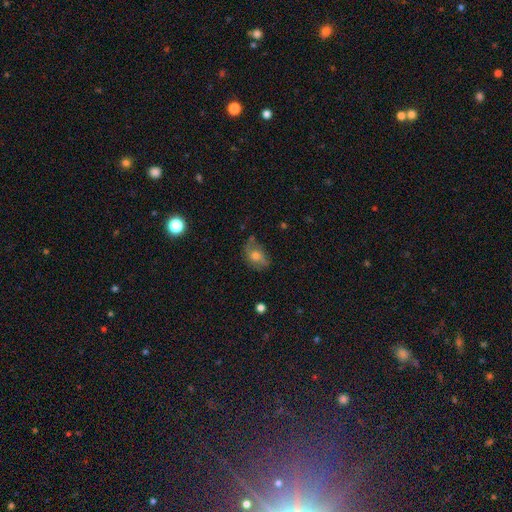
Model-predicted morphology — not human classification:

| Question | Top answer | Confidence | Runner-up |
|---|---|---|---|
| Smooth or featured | smooth | 52% | featured or disk (36%) |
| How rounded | in between | 75% | round (23%) |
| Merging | none | 56% | minor disturbance (29%) |